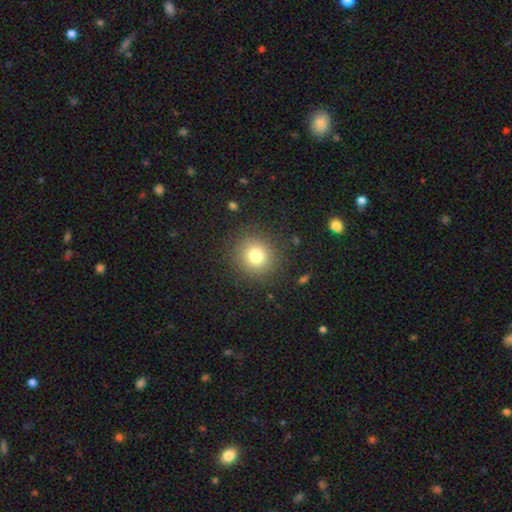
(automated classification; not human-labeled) Smooth or featured? Predicted: smooth (p=0.78). How rounded? Predicted: round (p=0.91). Merging? Predicted: none (p=0.88).